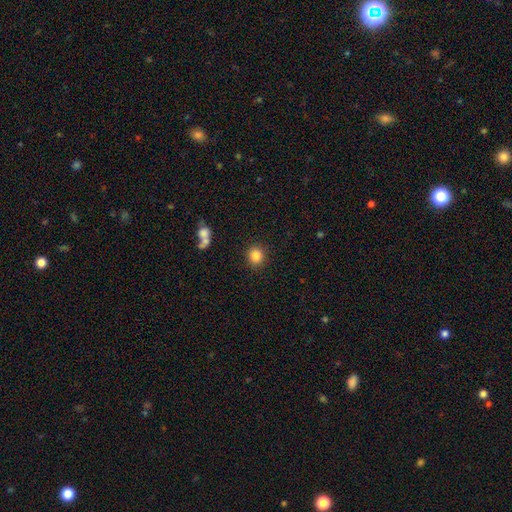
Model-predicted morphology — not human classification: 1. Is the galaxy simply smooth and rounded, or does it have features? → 85% smooth, 10% star or artifact, 5% featured or disk.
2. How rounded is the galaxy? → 85% round, 14% in between, 1% cigar-shaped.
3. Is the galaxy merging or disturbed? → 88% none, 7% minor disturbance, 3% major disturbance, 2% merger.